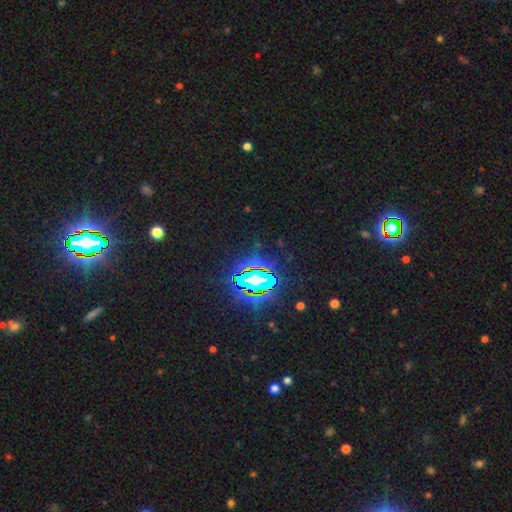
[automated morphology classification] Smooth or featured: star or artifact — 85% (smooth — 8%)